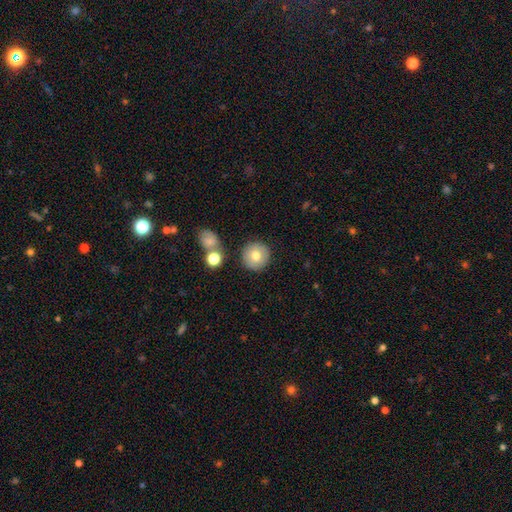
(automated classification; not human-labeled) Smooth or featured?
  - smooth: 76% *
  - featured or disk: 15%
  - star or artifact: 9%
How rounded?
  - round: 95% *
  - in between: 5%
  - cigar-shaped: 1%
Merging?
  - none: 85% *
  - minor disturbance: 7%
  - merger: 5%
  - major disturbance: 2%